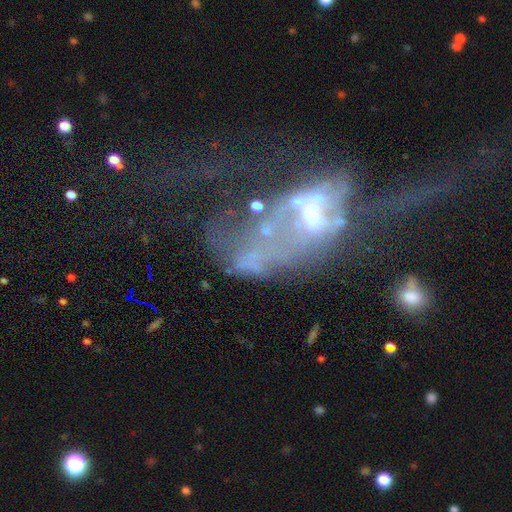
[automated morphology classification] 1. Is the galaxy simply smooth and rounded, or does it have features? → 64% featured or disk, 18% star or artifact, 17% smooth.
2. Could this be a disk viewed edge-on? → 95% no, 5% yes.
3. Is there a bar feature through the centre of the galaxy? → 78% no, 15% weak, 7% strong.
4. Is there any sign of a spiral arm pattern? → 81% no, 19% yes.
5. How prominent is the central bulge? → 35% moderate, 31% none, 26% small, 6% large, 2% dominant.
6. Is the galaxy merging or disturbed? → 46% major disturbance, 35% merger, 11% none, 8% minor disturbance.